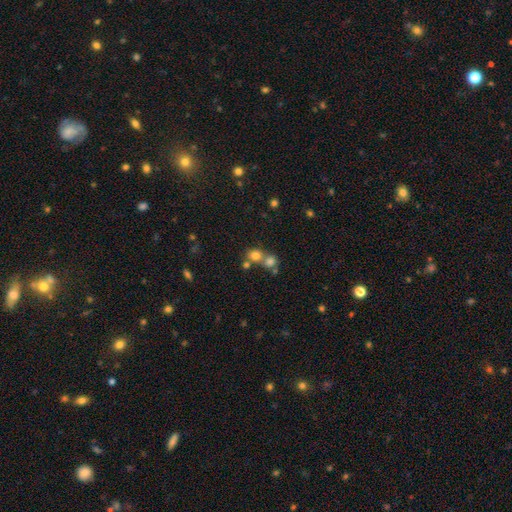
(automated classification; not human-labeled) smooth 74%, star or artifact 16%, featured or disk 9%. Down the decision tree: how rounded — round (81%); merging — none (47%).